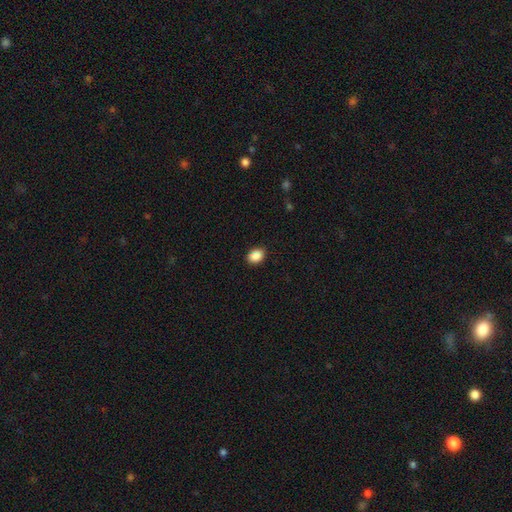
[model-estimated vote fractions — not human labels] Overall: smooth (89%). How rounded: in between (70%). Merging: none (88%).